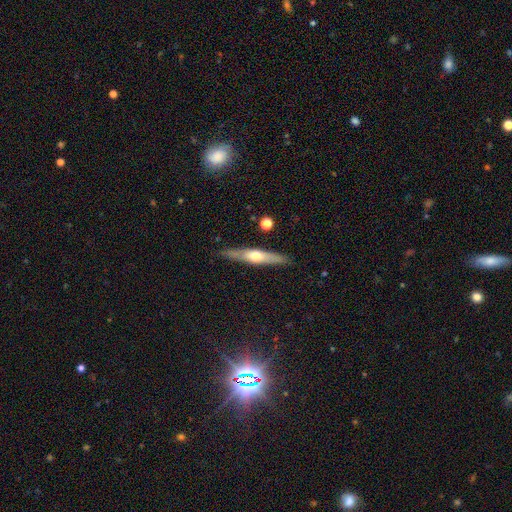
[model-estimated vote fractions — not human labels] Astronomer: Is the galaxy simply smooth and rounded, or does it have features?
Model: featured or disk — 57% (runner-up: smooth, 37%).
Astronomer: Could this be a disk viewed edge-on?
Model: yes — 92%.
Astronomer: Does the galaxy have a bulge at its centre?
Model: rounded — 85%.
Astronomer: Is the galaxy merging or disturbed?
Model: none — 86%.